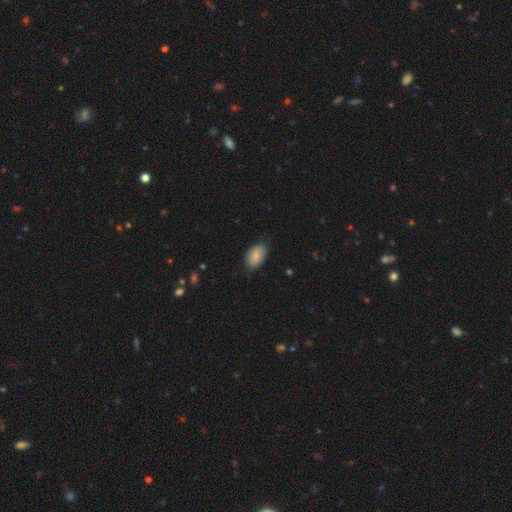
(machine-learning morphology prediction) Overall: smooth (85%). How rounded: in between (91%). Merging: none (77%).